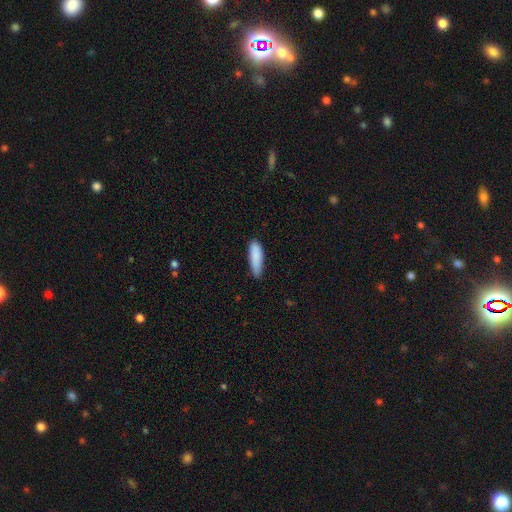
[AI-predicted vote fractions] This appears to be a smooth galaxy with no disk features (87%) that is cigar-shaped (55%). Merging: none (69%).